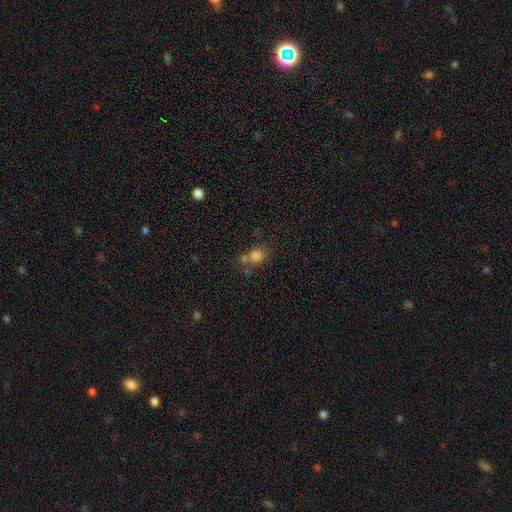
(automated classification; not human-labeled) Smooth or featured? Predicted: smooth (p=0.78). How rounded? Predicted: round (p=0.73). Merging? Predicted: none (p=0.49).